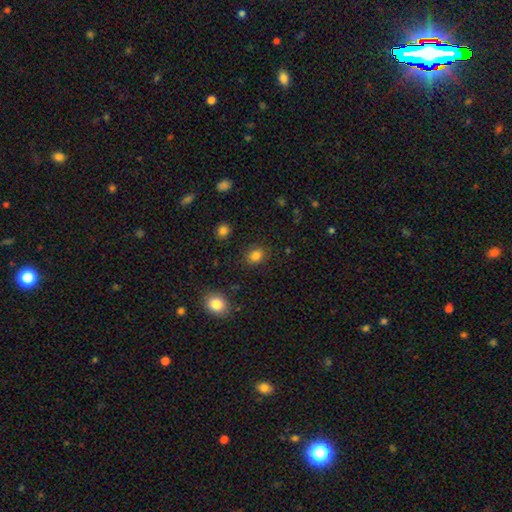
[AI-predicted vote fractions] This is clearly a smooth galaxy (83%). How rounded: possibly round (52%). Merging: clearly none (86%).